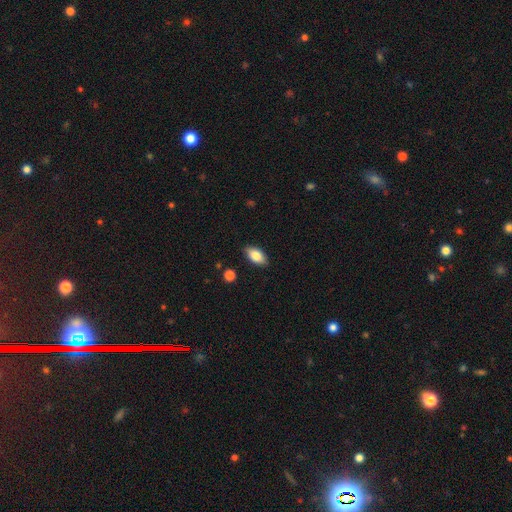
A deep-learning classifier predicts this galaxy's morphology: smooth 82%, featured or disk 11%, star or artifact 7%. Down the decision tree: how rounded — in between (92%); merging — none (88%).